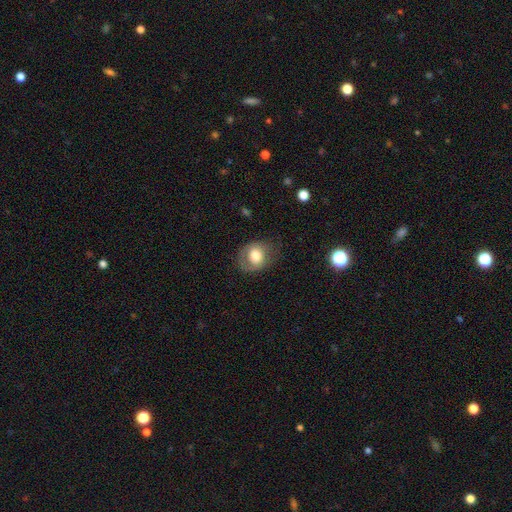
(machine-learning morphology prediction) Q: Smooth or featured?
A: smooth (69%); runner-up: featured or disk (23%)
Q: How rounded?
A: round (58%); runner-up: in between (41%)
Q: Merging?
A: none (63%); runner-up: minor disturbance (23%)